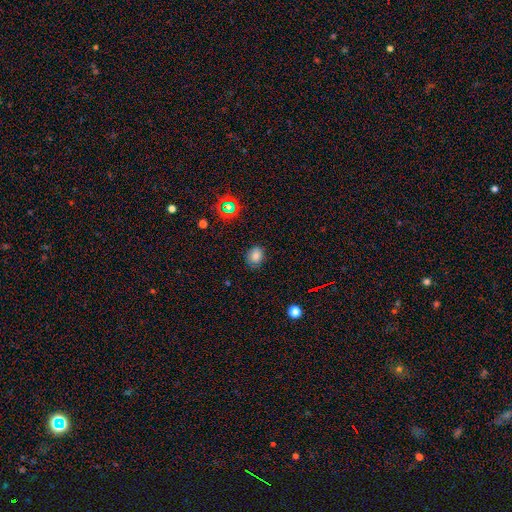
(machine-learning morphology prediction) A smooth galaxy with no disk features (78%) that is round (57%). Merging: none (80%).